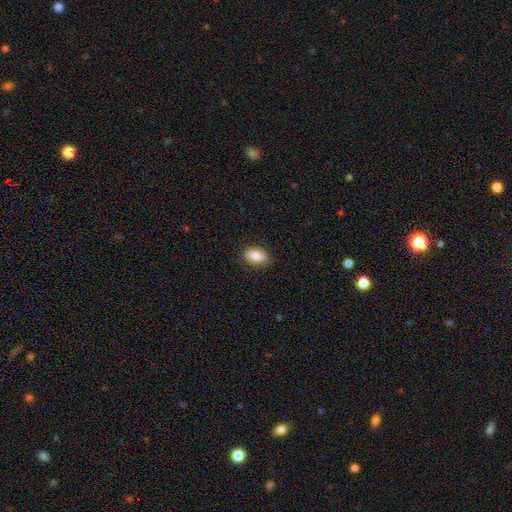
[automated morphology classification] Smooth or featured?
  - smooth: 78% *
  - featured or disk: 14%
  - star or artifact: 7%
How rounded?
  - in between: 85% *
  - round: 12%
  - cigar-shaped: 3%
Merging?
  - none: 86% *
  - minor disturbance: 11%
  - major disturbance: 2%
  - merger: 1%